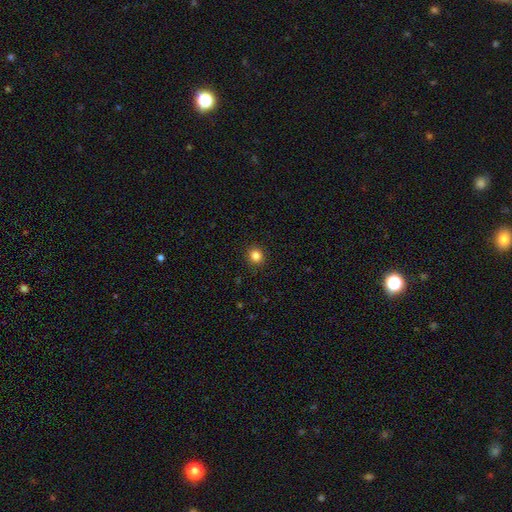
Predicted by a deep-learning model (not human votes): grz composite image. It shows a smooth galaxy with no disk features (84%) that is round (89%). Merging: none (91%).